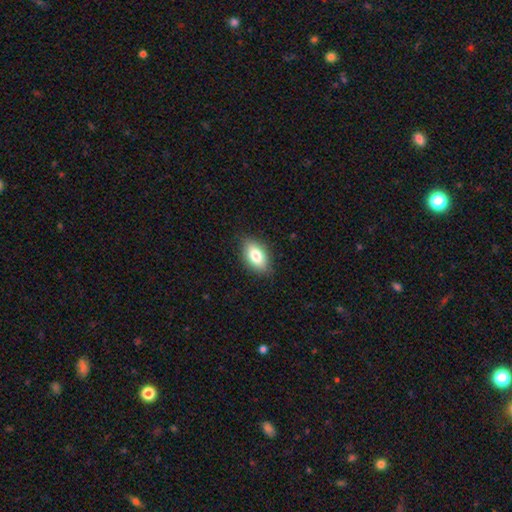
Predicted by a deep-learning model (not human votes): Q: Smooth or featured?
A: smooth (79%); runner-up: featured or disk (14%)
Q: How rounded?
A: in between (90%); runner-up: round (6%)
Q: Merging?
A: none (84%); runner-up: minor disturbance (12%)